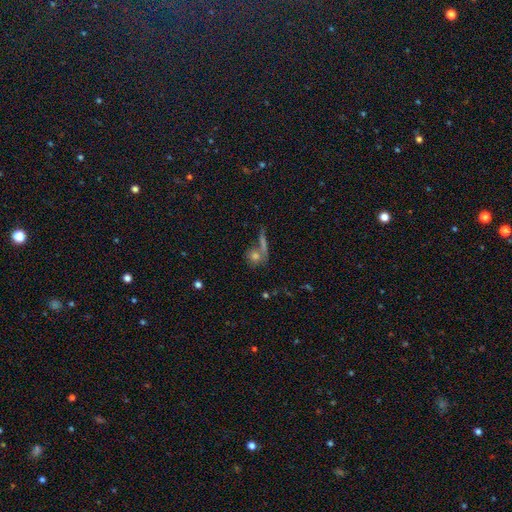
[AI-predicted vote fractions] Smooth or featured: smooth — 62% (featured or disk — 21%)
How rounded: round — 75% (in between — 16%)
Merging: none — 61% (merger — 23%)